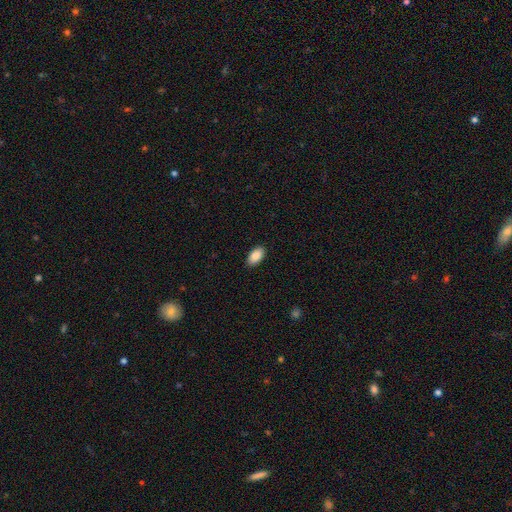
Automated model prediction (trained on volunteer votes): smooth 88%, star or artifact 7%, featured or disk 5%. Down the decision tree: how rounded — in between (95%); merging — none (89%).